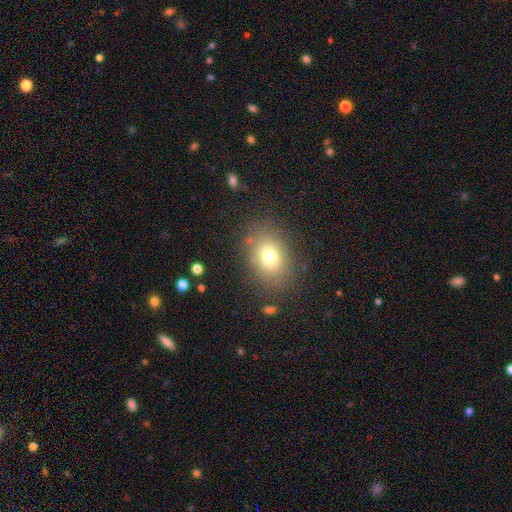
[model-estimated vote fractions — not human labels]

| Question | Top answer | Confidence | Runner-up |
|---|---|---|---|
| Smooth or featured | smooth | 72% | star or artifact (17%) |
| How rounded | in between | 63% | round (35%) |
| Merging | none | 86% | minor disturbance (9%) |